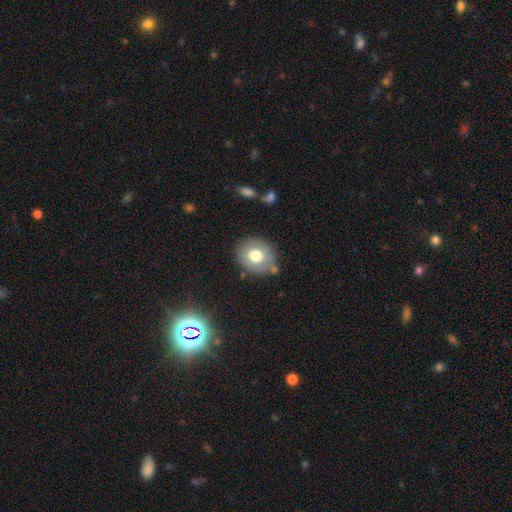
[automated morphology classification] Overall: smooth (69%). How rounded: round (68%; in between 31%). Merging: none (73%).